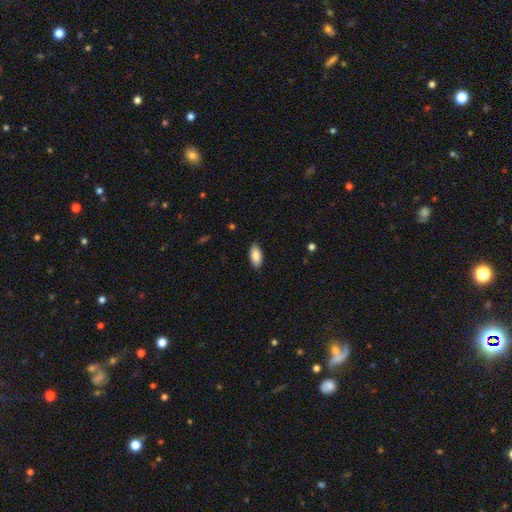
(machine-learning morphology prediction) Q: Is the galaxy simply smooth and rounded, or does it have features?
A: smooth — 88%.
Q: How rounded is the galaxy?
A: in between — 88%.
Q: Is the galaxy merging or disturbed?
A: none — 88%.